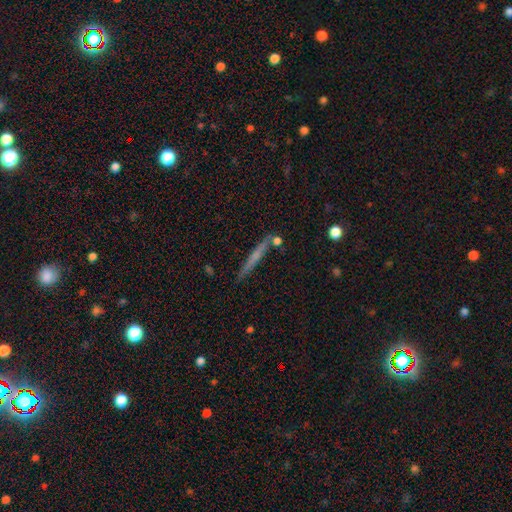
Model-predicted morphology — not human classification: Smooth or featured? Predicted: featured or disk (p=0.48). Merging? Predicted: none (p=0.83).